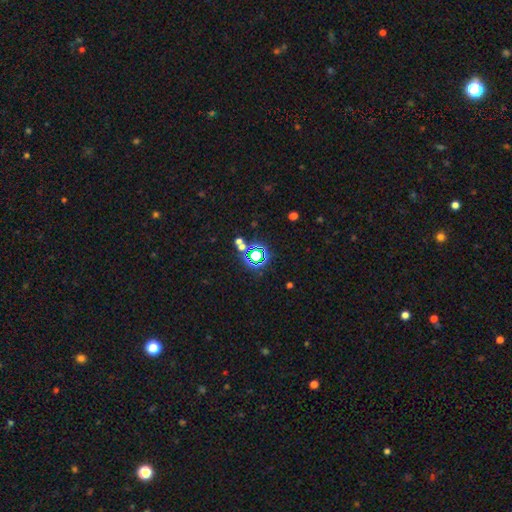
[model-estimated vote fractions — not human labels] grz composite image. It shows a star or artifact, not a galaxy (67%).